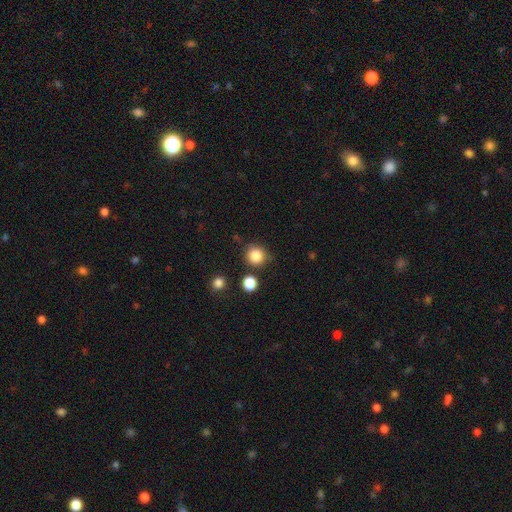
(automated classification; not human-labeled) This appears to be a smooth galaxy with no disk features (85%) that is round (92%). Merging: none (81%).